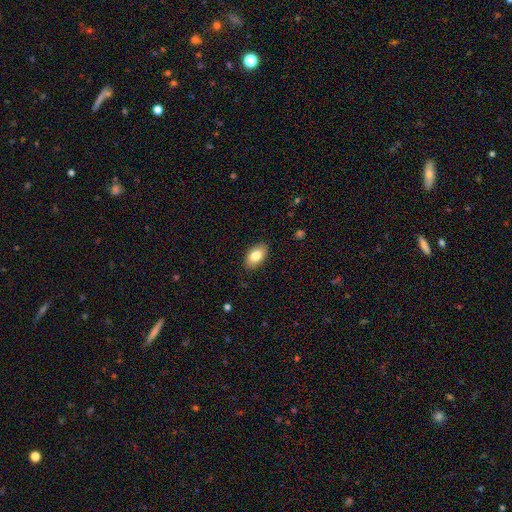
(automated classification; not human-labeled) Smooth or featured: smooth — 81% (featured or disk — 13%)
How rounded: in between — 94% (round — 5%)
Merging: none — 87% (minor disturbance — 10%)